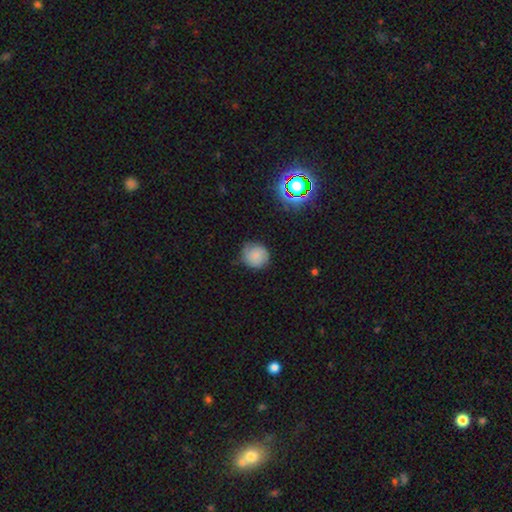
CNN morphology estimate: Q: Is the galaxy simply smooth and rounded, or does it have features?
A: smooth — 72%.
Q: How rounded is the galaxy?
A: round — 88%.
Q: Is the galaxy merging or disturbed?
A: none — 76%.